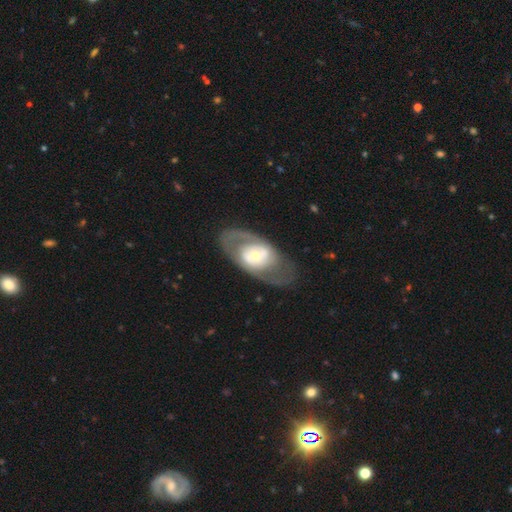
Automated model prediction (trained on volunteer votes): Smooth or featured: featured or disk — 71% (smooth — 24%)
Edge-on disk: no — 92% (yes — 8%)
Bar: no — 67% (weak — 22%)
Spiral arms: yes — 51% (no — 49%)
Bulge size: moderate — 51% (small — 35%)
Merging: none — 72% (minor disturbance — 14%)